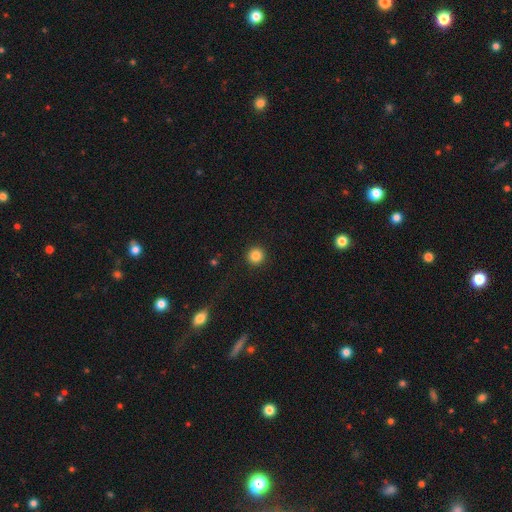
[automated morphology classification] Smooth or featured? smooth (85%)
How rounded? round (96%)
Merging? none (92%)